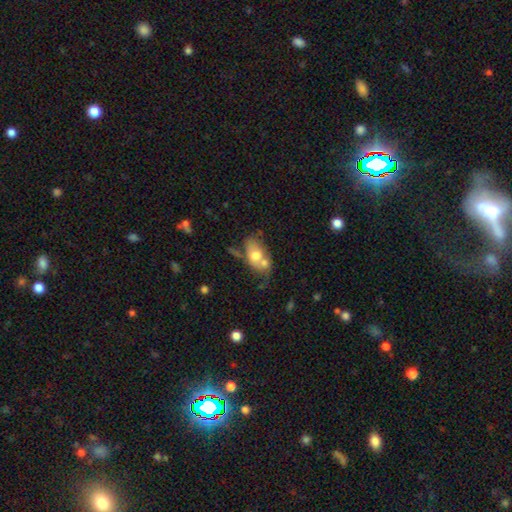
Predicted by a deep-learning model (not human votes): Smooth or featured?
  - smooth: 62% *
  - featured or disk: 30%
  - star or artifact: 8%
How rounded?
  - in between: 83% *
  - round: 15%
  - cigar-shaped: 3%
Merging?
  - merger: 45% *
  - none: 32%
  - minor disturbance: 16%
  - major disturbance: 8%